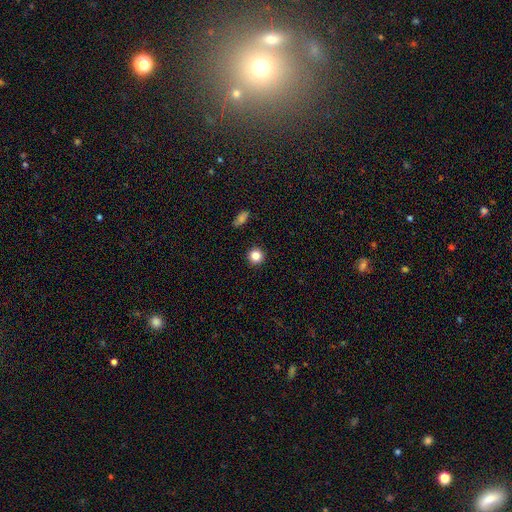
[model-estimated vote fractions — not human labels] Smooth or featured: smooth — 84% (star or artifact — 11%)
How rounded: round — 94% (in between — 5%)
Merging: none — 92% (minor disturbance — 5%)